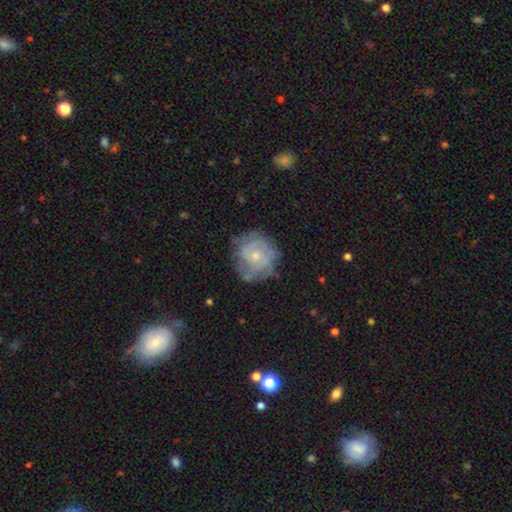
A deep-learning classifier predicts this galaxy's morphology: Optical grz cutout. It shows a featured or disk galaxy (62%) with no bar (79%), spiral arms (75%) and a small central bulge (64%). Merging: none (68%).